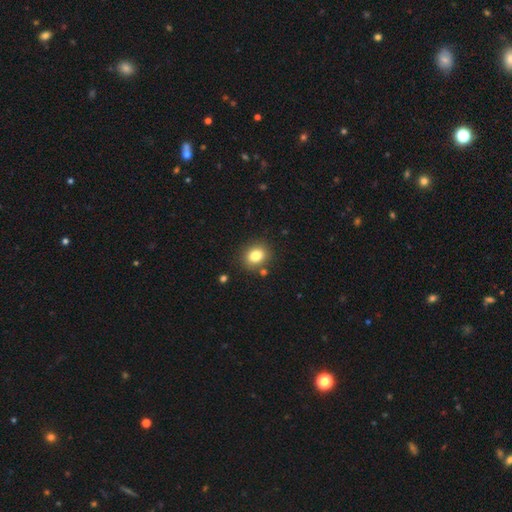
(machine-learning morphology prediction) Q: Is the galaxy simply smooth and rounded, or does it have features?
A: smooth — 82%.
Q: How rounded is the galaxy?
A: round — 58%.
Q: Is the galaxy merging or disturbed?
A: none — 83%.